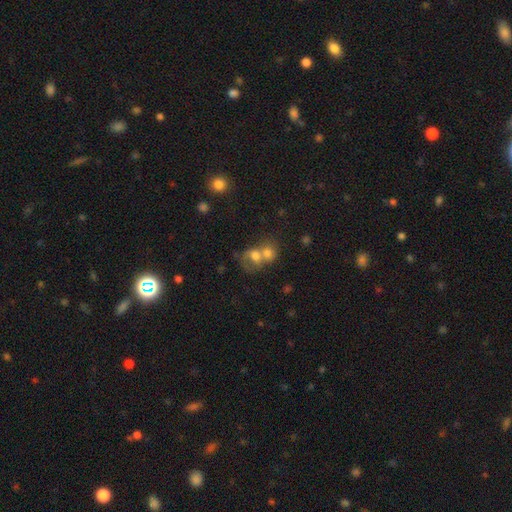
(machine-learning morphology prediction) A smooth galaxy with no disk features (67%) that is round (58%).

Vote fractions:
- Smooth or featured? smooth: 67% / featured or disk: 22% / star or artifact: 11%
- How rounded? round: 58% / in between: 41% / cigar-shaped: 1%
- Merging? merger: 74% / none: 16% / minor disturbance: 6% / major disturbance: 5%